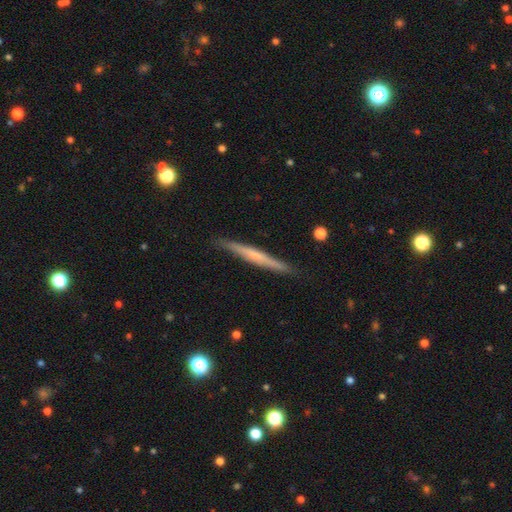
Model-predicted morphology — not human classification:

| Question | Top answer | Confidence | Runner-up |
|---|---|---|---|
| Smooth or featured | featured or disk | 53% | smooth (42%) |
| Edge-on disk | yes | 97% | no (3%) |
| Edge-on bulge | none | 63% | rounded (28%) |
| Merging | none | 89% | minor disturbance (9%) |